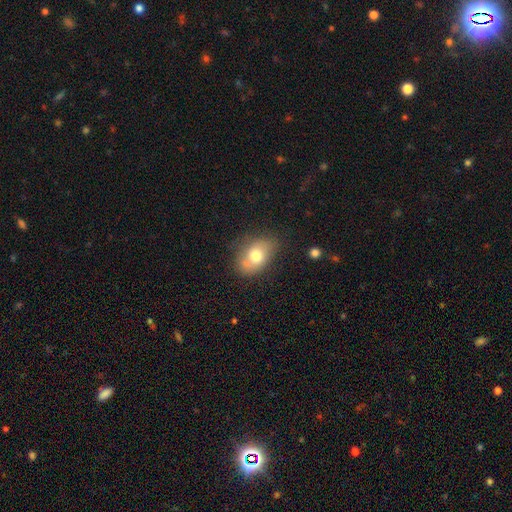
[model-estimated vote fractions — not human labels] Overall: smooth (70%). How rounded: in between (77%). Merging: none (59%; minor disturbance 23%).